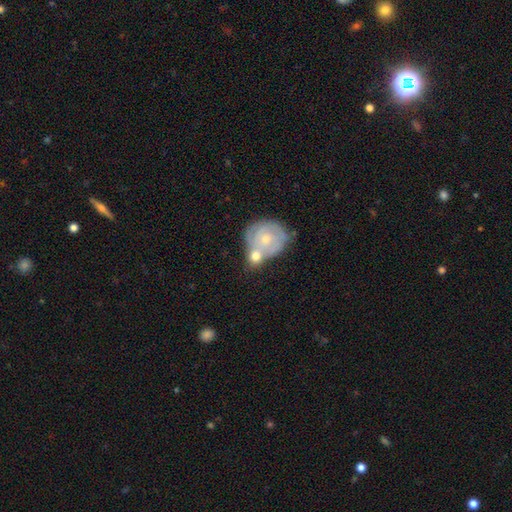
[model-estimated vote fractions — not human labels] A smooth galaxy with no disk features (47%).

Vote fractions:
- Smooth or featured? smooth: 47% / featured or disk: 46% / star or artifact: 7%
- Merging? merger: 48% / none: 35% / minor disturbance: 12% / major disturbance: 5%